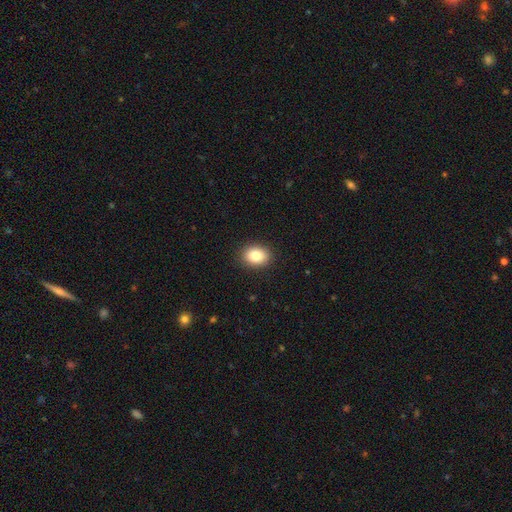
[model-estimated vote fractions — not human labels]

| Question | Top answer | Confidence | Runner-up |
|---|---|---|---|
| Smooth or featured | smooth | 84% | star or artifact (9%) |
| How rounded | in between | 63% | round (36%) |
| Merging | none | 90% | minor disturbance (7%) |